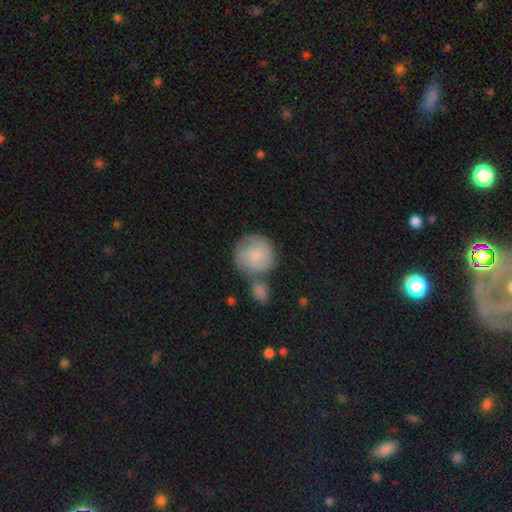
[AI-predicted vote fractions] Morphology: type=smooth (74%); roundness=round (91%); merging=none (45%).